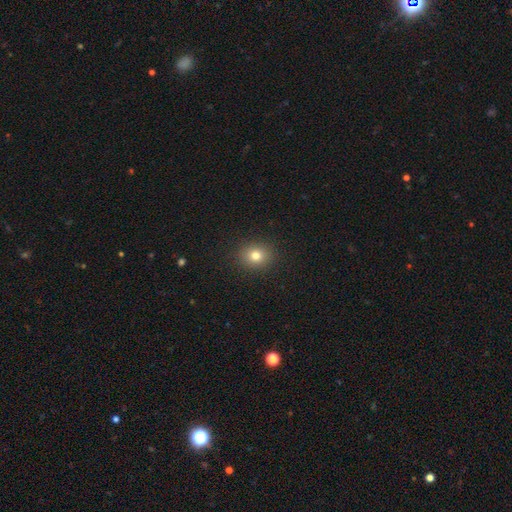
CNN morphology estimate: The model was most divided on "how rounded": round: 70%, in between: 29%, cigar-shaped: 1%. More confident: merging — none (90%); smooth or featured — smooth (78%).